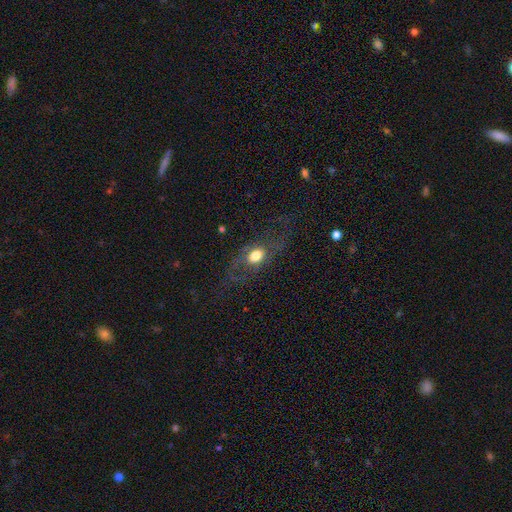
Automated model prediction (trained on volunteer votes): smooth_or_featured: smooth (p=0.47) [alt: featured or disk p=0.42]
merging: none (p=0.54) [alt: major disturbance p=0.26]